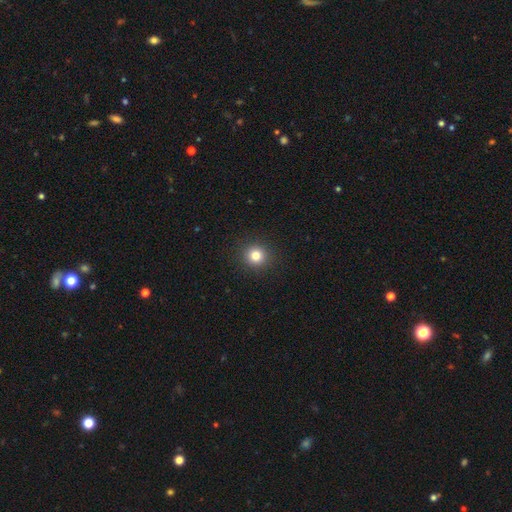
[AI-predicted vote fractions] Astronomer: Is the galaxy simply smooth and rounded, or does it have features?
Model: smooth — 81%.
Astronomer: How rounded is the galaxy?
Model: round — 93%.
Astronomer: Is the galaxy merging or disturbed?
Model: none — 92%.